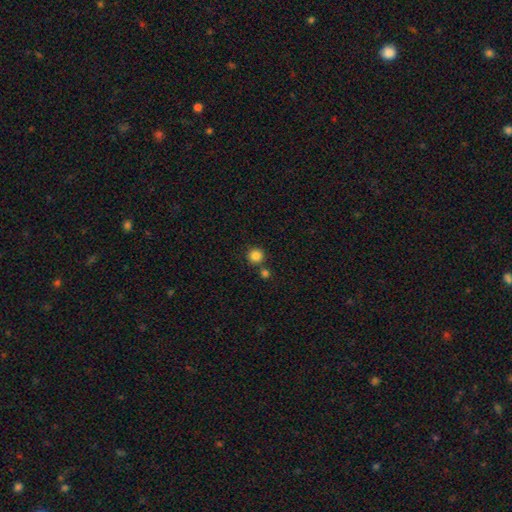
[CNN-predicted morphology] This is clearly a smooth galaxy (84%). How rounded: clearly round (94%). Merging: likely none (76%).